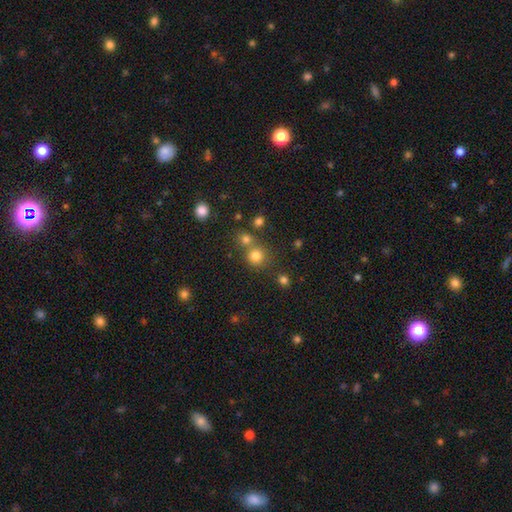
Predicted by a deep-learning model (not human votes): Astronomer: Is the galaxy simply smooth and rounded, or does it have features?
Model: smooth — 77%.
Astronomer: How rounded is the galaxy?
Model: round — 90%.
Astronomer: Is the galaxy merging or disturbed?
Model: none — 62%.